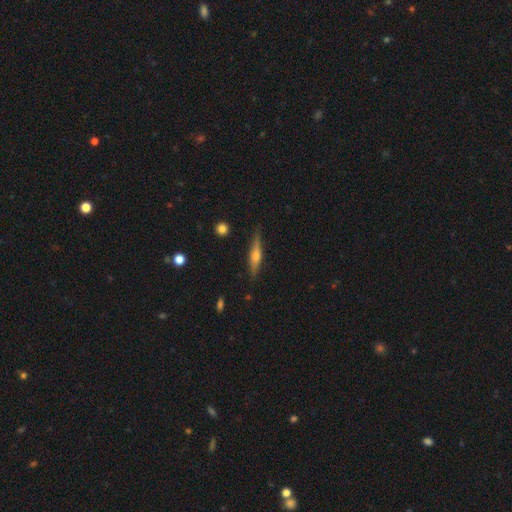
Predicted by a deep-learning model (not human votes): Overall: featured or disk (65%; smooth 29%). Edge-on disk: yes (96%). Edge-on bulge: rounded (85%). Merging: none (86%).